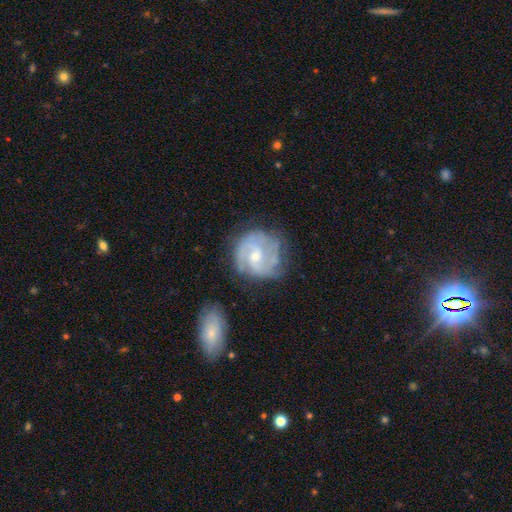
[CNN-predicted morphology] Smooth or featured?
  - featured or disk: 79% *
  - smooth: 15%
  - star or artifact: 6%
Edge-on disk?
  - no: 98% *
  - yes: 2%
Bar?
  - no: 57% *
  - weak: 37%
  - strong: 7%
Spiral arms?
  - yes: 91% *
  - no: 9%
Spiral winding?
  - tight: 45% *
  - medium: 42%
  - loose: 13%
Spiral arm count?
  - 2: 34% *
  - 3: 28%
  - can't tell: 23%
  - 4: 6%
  - 1: 4%
  - more than 4: 4%
Bulge size?
  - small: 59% *
  - moderate: 38%
  - none: 2%
  - large: 1%
  - dominant: 1%
Merging?
  - none: 61% *
  - minor disturbance: 23%
  - major disturbance: 10%
  - merger: 6%